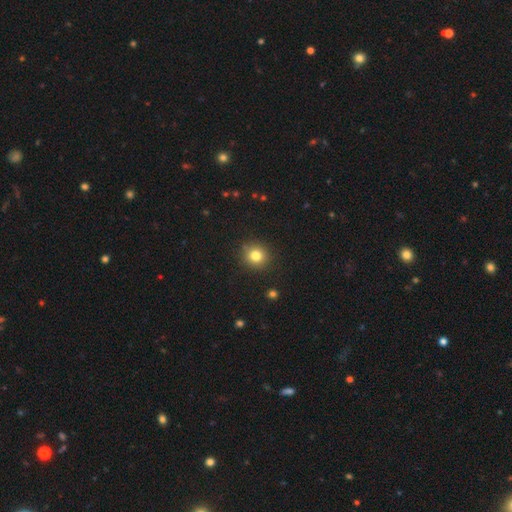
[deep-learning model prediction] This appears to be a smooth galaxy with no disk features (81%) that is round (90%). Merging: none (90%).